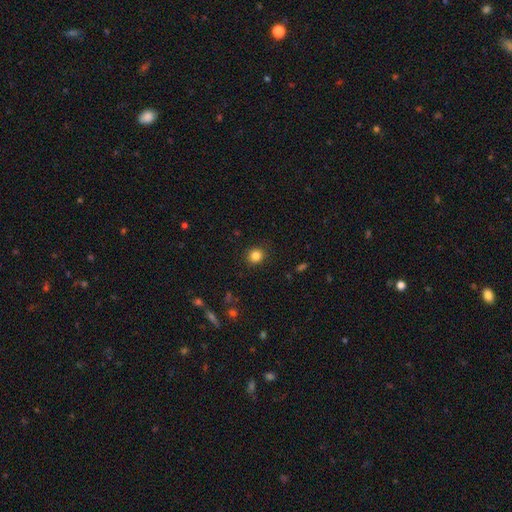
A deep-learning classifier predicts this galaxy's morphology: smooth-or-featured: smooth: 84% | star or artifact: 11% | featured or disk: 5%
  how-rounded: round: 84% | in between: 15% | cigar-shaped: 1%
  merging: none: 90% | minor disturbance: 7% | major disturbance: 2% | merger: 1%